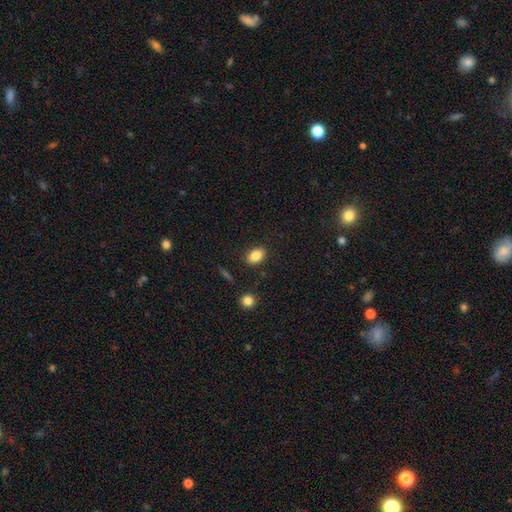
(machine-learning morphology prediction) type=smooth (85%); roundness=in between (82%); merging=none (86%).